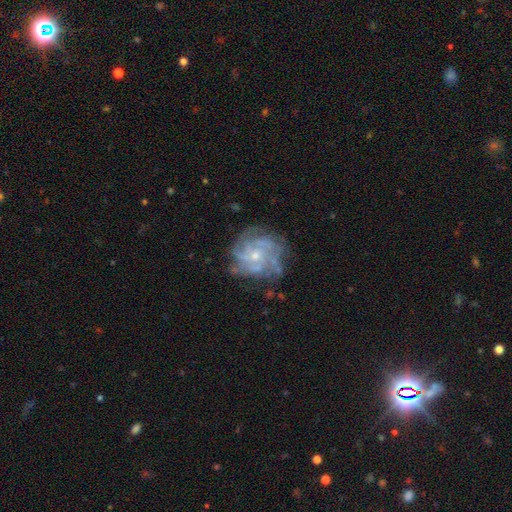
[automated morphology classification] Overall: featured or disk (84%). Edge-on disk: no (98%). Bar: no (76%). Spiral arms: yes (94%). Spiral arm count: can't tell (29%; 4 28%). Spiral winding: tight (59%; medium 32%). Bulge size: small (63%; moderate 32%). Merging: none (71%).